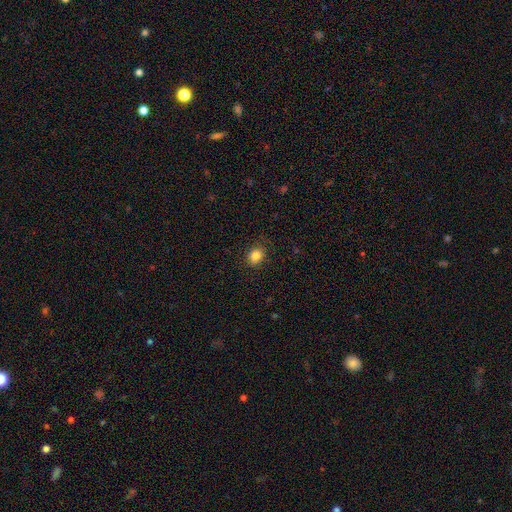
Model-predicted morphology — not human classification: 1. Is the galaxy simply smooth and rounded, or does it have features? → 84% smooth, 11% star or artifact, 5% featured or disk.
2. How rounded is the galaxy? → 58% round, 41% in between, 1% cigar-shaped.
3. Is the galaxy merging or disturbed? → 84% none, 12% minor disturbance, 3% major disturbance, 1% merger.